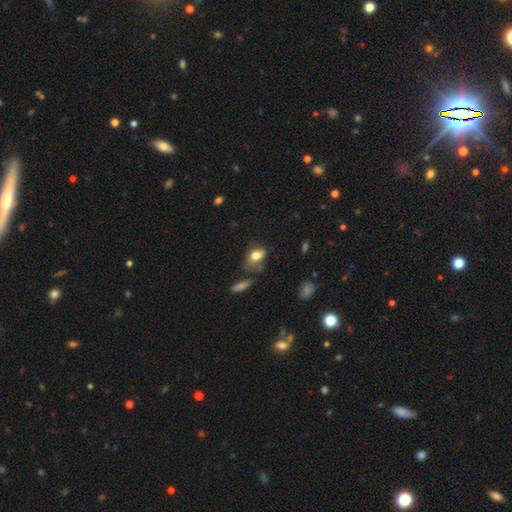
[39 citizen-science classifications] A smooth galaxy with no disk features (77%) that is in between round and cigar-shaped (90%). Merging: minor disturbance (33%).